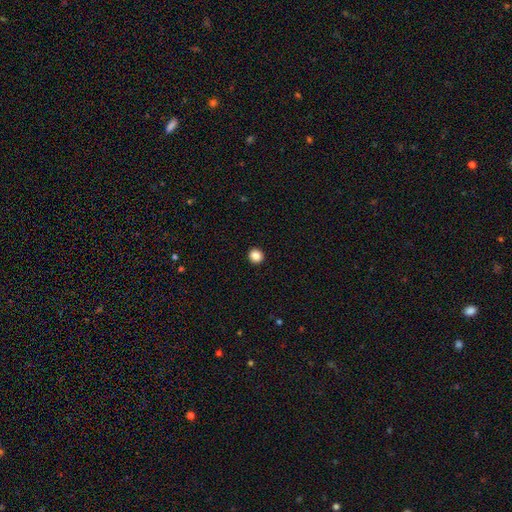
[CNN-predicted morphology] Smooth or featured: smooth — 87% (star or artifact — 10%)
How rounded: round — 91% (in between — 8%)
Merging: none — 94% (minor disturbance — 4%)